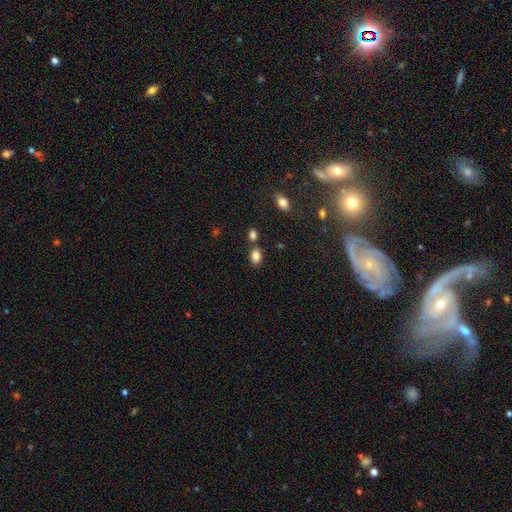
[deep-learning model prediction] Smooth or featured?
  - smooth: 85% *
  - star or artifact: 10%
  - featured or disk: 5%
How rounded?
  - in between: 83% *
  - round: 16%
  - cigar-shaped: 2%
Merging?
  - none: 65% *
  - merger: 20%
  - minor disturbance: 12%
  - major disturbance: 4%